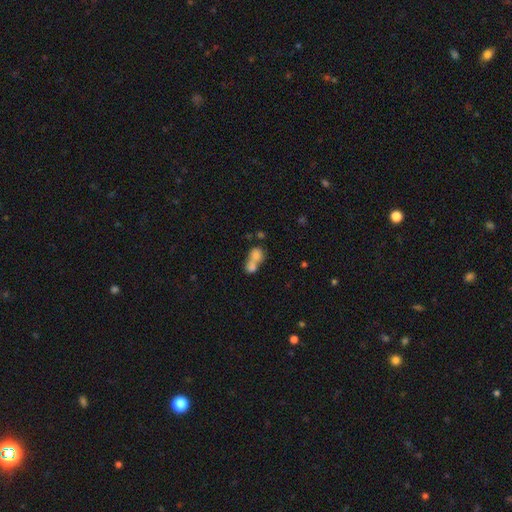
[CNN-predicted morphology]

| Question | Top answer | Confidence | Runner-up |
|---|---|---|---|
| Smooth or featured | smooth | 75% | featured or disk (15%) |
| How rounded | round | 50% | in between (47%) |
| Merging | merger | 74% | none (17%) |